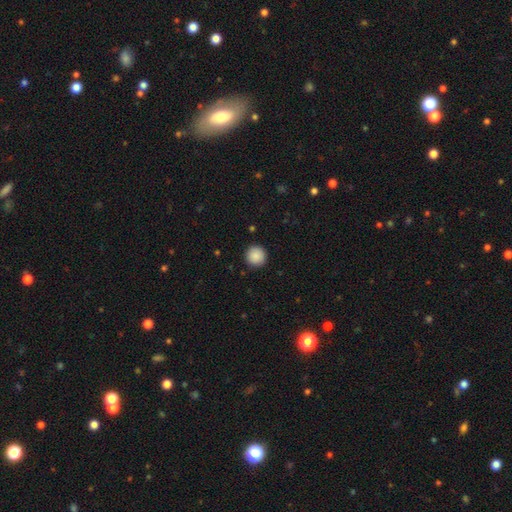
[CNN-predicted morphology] smooth_or_featured: smooth (p=0.88) [alt: star or artifact p=0.08]
how_rounded: round (p=0.96) [alt: in between p=0.03]
merging: none (p=0.92) [alt: minor disturbance p=0.05]